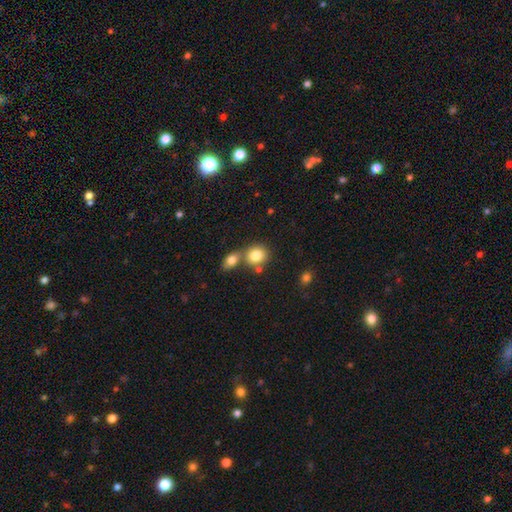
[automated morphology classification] smooth 82%, featured or disk 10%, star or artifact 9%. Down the decision tree: how rounded — round (70%); merging — none (46%).